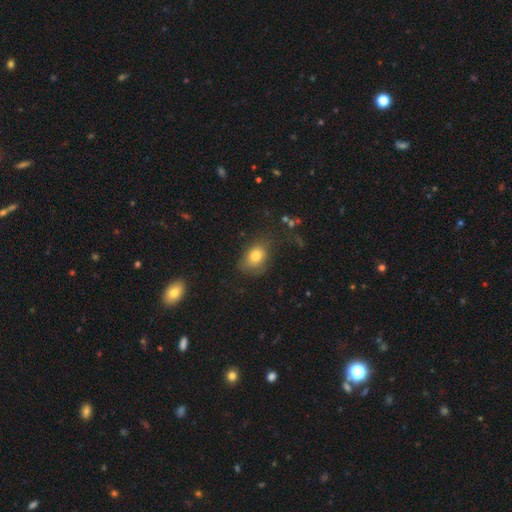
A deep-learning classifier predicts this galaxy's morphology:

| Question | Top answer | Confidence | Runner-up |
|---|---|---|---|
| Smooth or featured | smooth | 79% | featured or disk (11%) |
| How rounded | in between | 68% | round (31%) |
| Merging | none | 62% | minor disturbance (23%) |